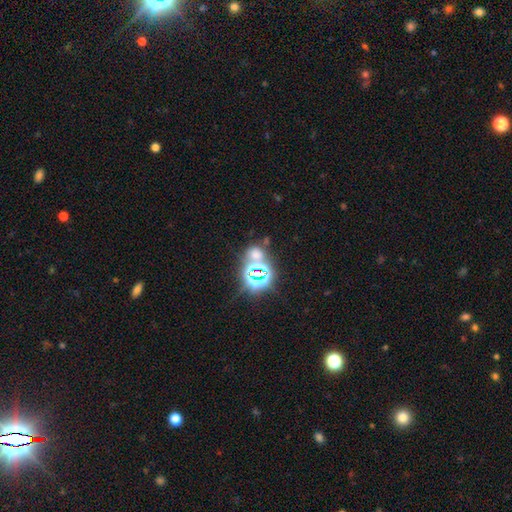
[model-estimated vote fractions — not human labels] This appears to be a star or artifact, not a galaxy (61%).